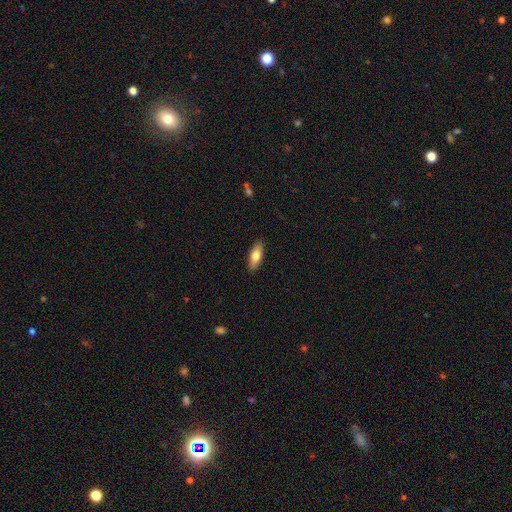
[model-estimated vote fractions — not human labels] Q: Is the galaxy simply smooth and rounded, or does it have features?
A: smooth — 73%.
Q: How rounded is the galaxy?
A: in between — 70%.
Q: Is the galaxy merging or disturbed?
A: none — 89%.